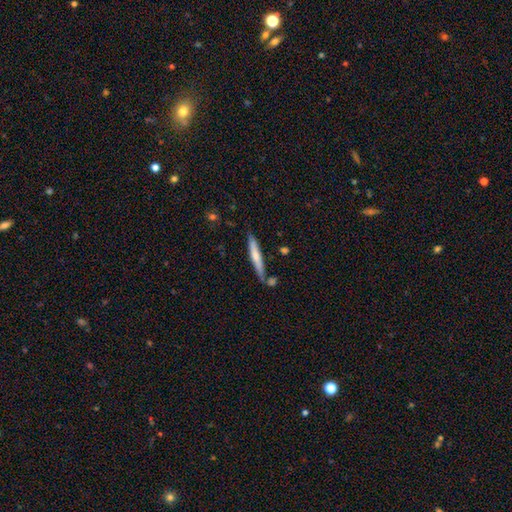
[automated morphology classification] A smooth galaxy with no disk features (58%) that is cigar-shaped (93%).

Vote fractions:
- Smooth or featured? smooth: 58% / featured or disk: 36% / star or artifact: 6%
- How rounded? cigar-shaped: 93% / in between: 5% / round: 1%
- Merging? none: 72% / minor disturbance: 16% / merger: 9% / major disturbance: 3%